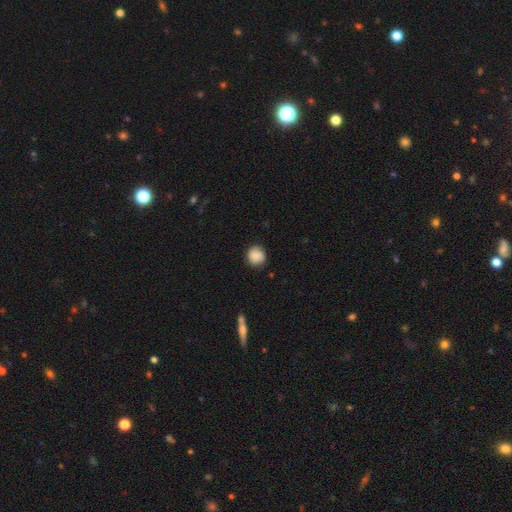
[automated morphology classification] Overall: smooth (84%). How rounded: round (87%). Merging: none (80%).